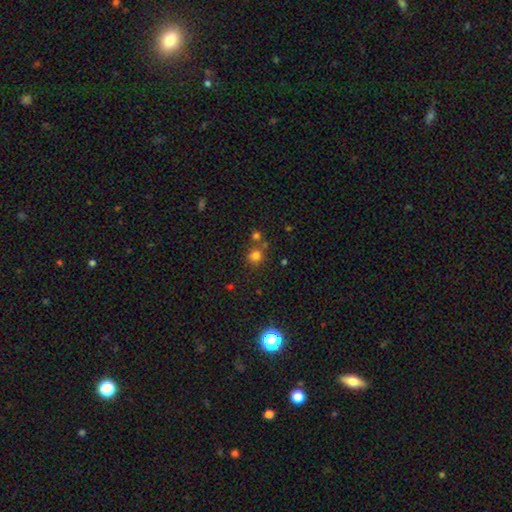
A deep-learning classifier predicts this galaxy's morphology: Q: Smooth or featured?
A: smooth (77%); runner-up: star or artifact (17%)
Q: How rounded?
A: round (89%); runner-up: in between (10%)
Q: Merging?
A: none (68%); runner-up: merger (19%)